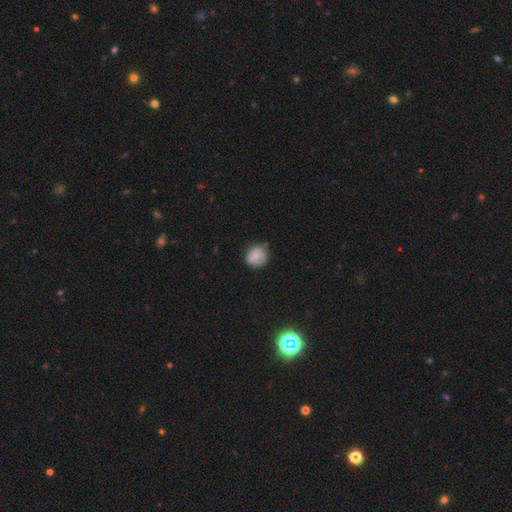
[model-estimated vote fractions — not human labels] smooth_or_featured: smooth (p=0.76) [alt: featured or disk p=0.16]
how_rounded: round (p=0.82) [alt: in between p=0.17]
merging: none (p=0.66) [alt: minor disturbance p=0.26]